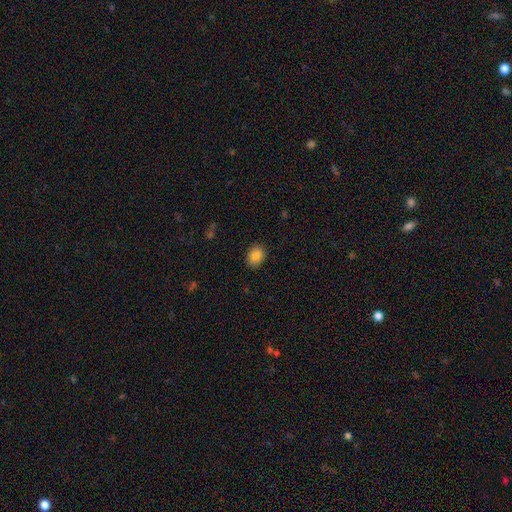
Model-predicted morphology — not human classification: smooth_or_featured: smooth (p=0.85) [alt: star or artifact p=0.09]
how_rounded: in between (p=0.62) [alt: round p=0.38]
merging: none (p=0.89) [alt: minor disturbance p=0.08]